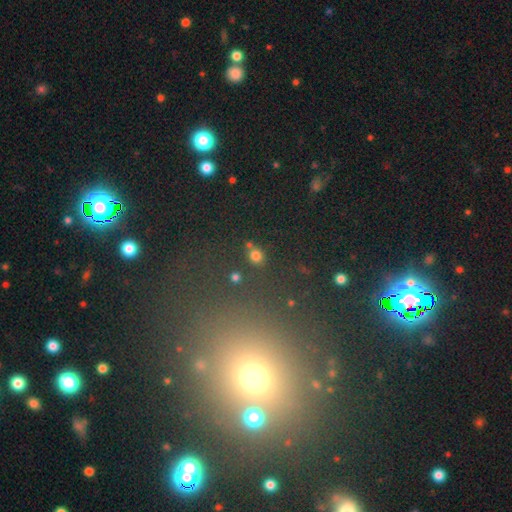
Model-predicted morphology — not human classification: Overall: smooth (74%). How rounded: round (75%). Merging: none (75%).